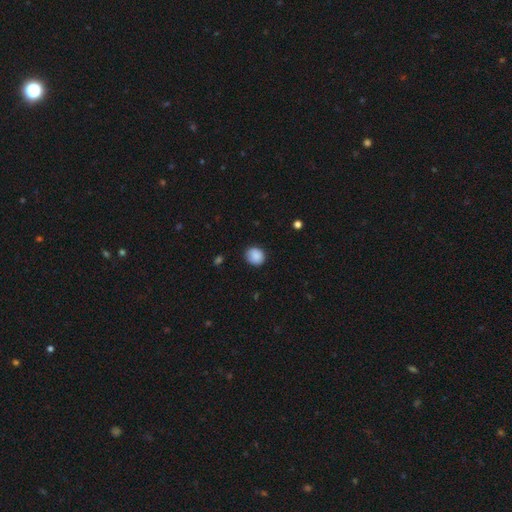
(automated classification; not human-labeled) The model was most divided on "how rounded": round: 80%, in between: 19%, cigar-shaped: 1%. More confident: smooth or featured — smooth (88%); merging — none (84%).